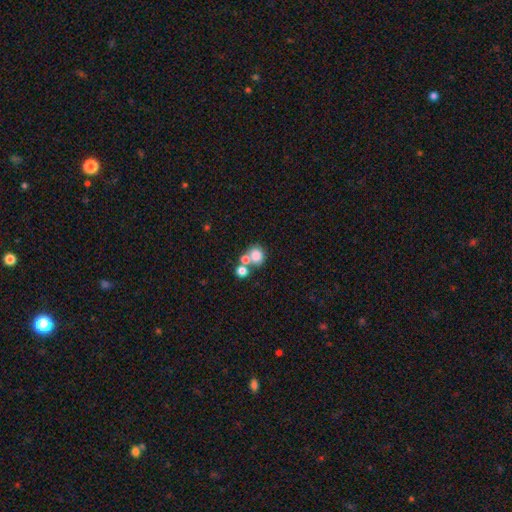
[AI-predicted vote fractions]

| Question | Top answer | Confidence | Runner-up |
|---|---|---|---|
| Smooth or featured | smooth | 78% | star or artifact (12%) |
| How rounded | round | 73% | in between (26%) |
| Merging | none | 45% | merger (42%) |